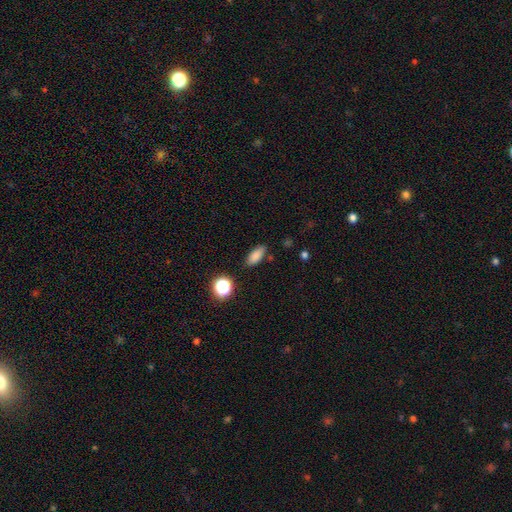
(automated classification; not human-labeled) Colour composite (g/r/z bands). It shows a smooth galaxy with no disk features (83%) that is in between round and cigar-shaped (82%). Merging: none (83%).